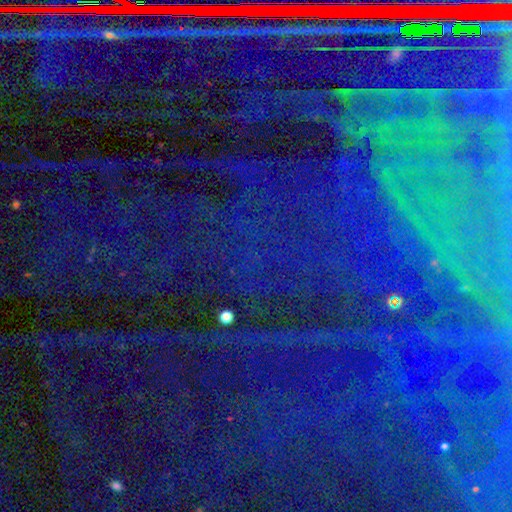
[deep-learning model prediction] smooth-or-featured: star or artifact: 85% | featured or disk: 8% | smooth: 7%